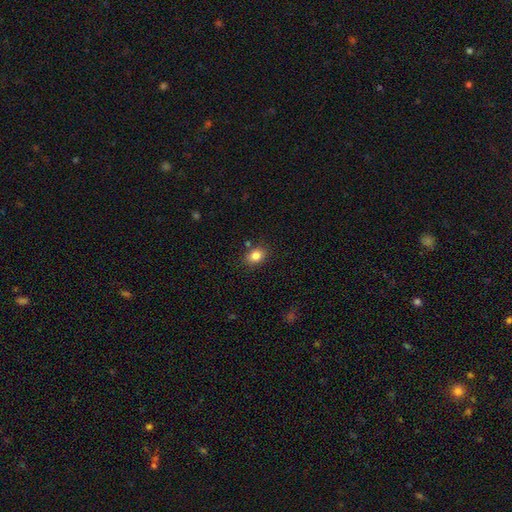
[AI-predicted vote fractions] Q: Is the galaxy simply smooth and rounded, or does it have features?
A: smooth — 83%.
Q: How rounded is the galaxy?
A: in between — 60%.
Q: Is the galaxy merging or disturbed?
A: none — 80%.